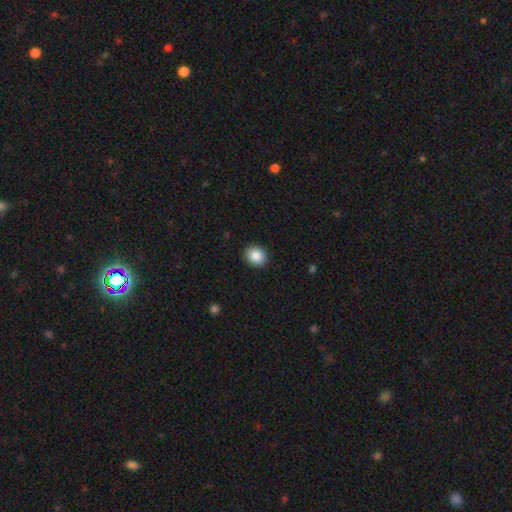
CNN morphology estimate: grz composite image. It shows a smooth galaxy with no disk features (87%) that is round (65%). Merging: none (91%).